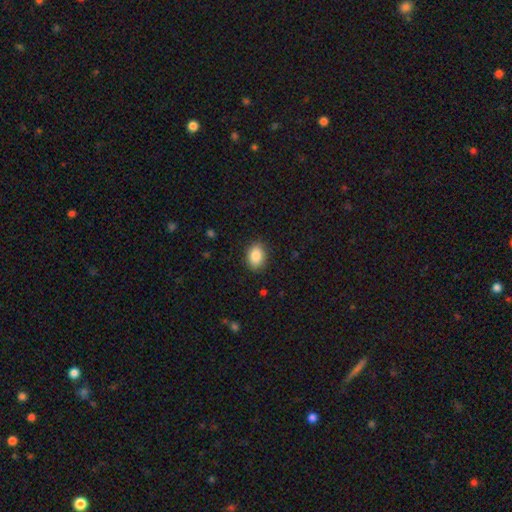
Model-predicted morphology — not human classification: The model was most divided on "how rounded": in between: 78%, round: 21%, cigar-shaped: 1%. More confident: merging — none (88%); smooth or featured — smooth (88%).